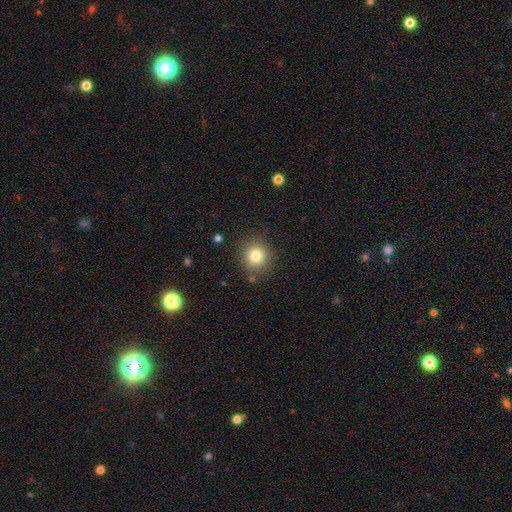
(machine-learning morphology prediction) The model was most divided on "smooth or featured": smooth: 80%, star or artifact: 12%, featured or disk: 8%. More confident: how rounded — round (90%); merging — none (86%).